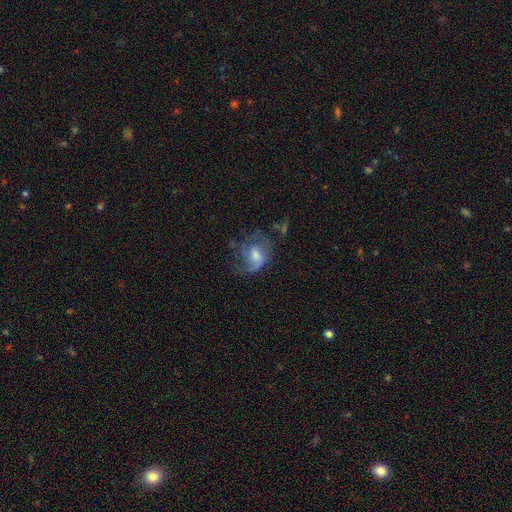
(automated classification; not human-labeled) This is likely a featured or disk galaxy (62%). It is clearly not viewed edge-on (97%). Bar: possibly no (48%). Spiral arm pattern: likely yes (76%). Central bulge: possibly moderate (51%). Merging: marginally none (40%).